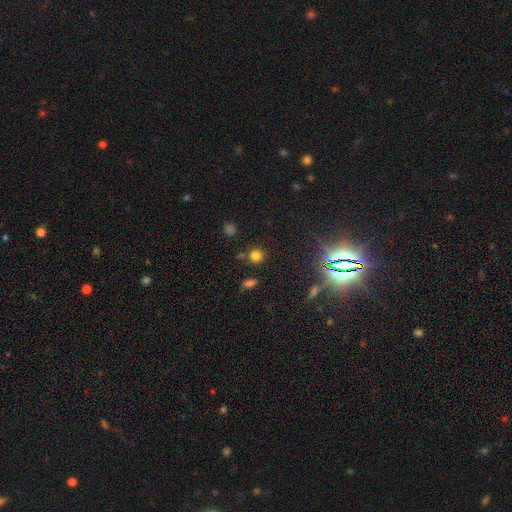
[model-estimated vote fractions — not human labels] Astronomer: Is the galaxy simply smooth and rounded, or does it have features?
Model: smooth — 74%.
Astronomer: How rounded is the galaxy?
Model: round — 88%.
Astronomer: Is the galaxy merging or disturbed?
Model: none — 79%.